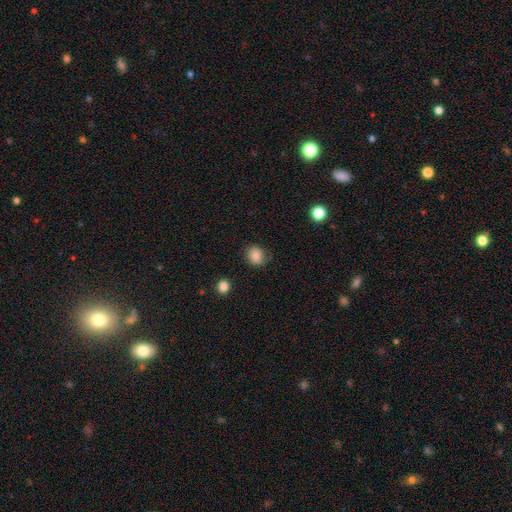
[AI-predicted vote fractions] This appears to be a smooth galaxy with no disk features (85%) that is round (72%). Merging: none (80%).